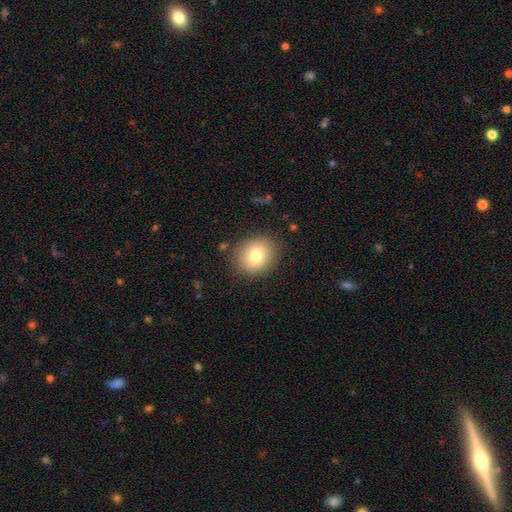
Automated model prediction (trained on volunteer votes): Smooth or featured? Predicted: smooth (p=0.79). How rounded? Predicted: round (p=0.68). Merging? Predicted: none (p=0.86).